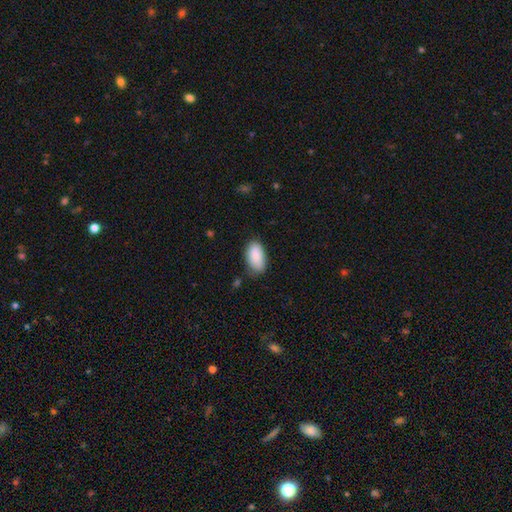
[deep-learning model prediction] This is clearly a smooth galaxy (89%). How rounded: clearly in between (95%). Merging: likely none (76%).